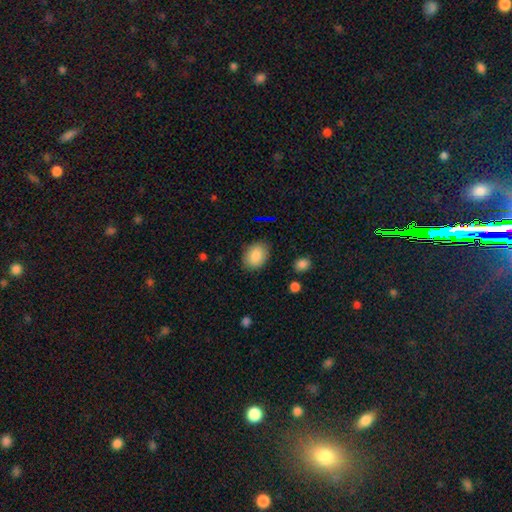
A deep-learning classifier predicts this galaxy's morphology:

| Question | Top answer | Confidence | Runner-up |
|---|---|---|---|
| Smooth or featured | smooth | 85% | star or artifact (8%) |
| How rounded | in between | 72% | round (27%) |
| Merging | none | 85% | minor disturbance (11%) |